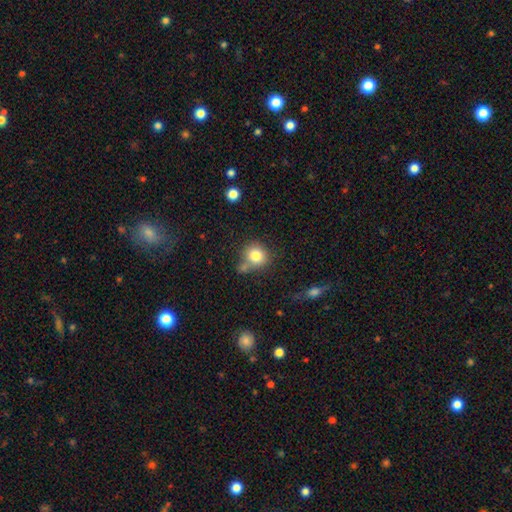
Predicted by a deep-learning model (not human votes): smooth-or-featured: smooth: 80% | star or artifact: 10% | featured or disk: 9%
  how-rounded: round: 83% | in between: 16% | cigar-shaped: 1%
  merging: none: 58% | merger: 19% | minor disturbance: 16% | major disturbance: 6%